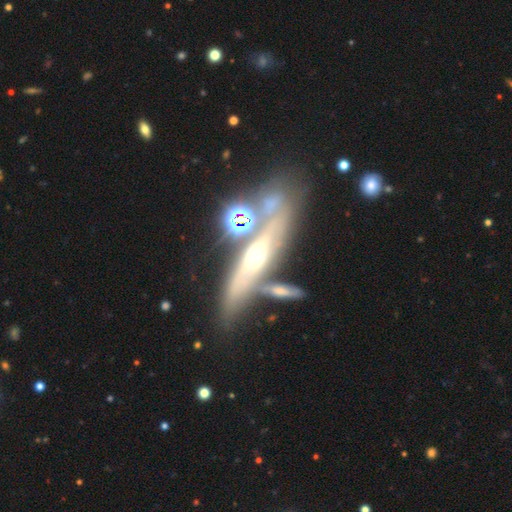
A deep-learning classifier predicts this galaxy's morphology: Overall: featured or disk (73%). Edge-on disk: yes (68%; no 32%). Merging: none (52%; minor disturbance 18%).